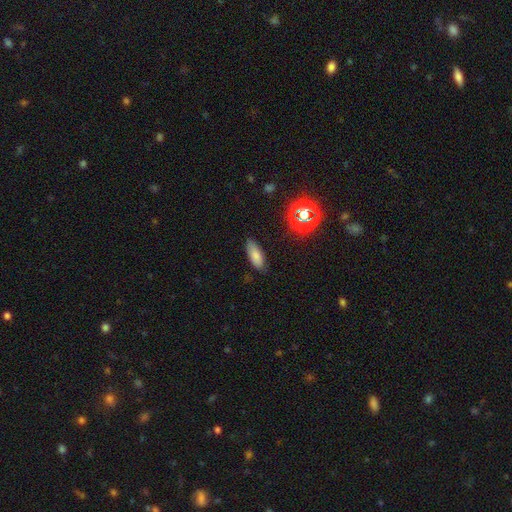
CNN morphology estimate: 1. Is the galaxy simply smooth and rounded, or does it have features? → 79% smooth, 12% star or artifact, 9% featured or disk.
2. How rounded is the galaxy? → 74% in between, 24% cigar-shaped, 3% round.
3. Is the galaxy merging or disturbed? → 82% none, 14% minor disturbance, 3% major disturbance, 1% merger.